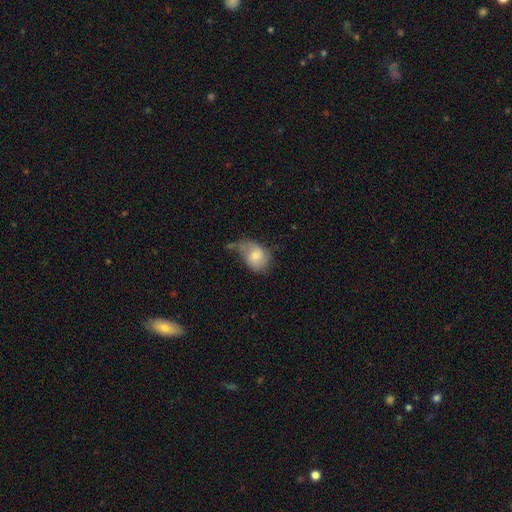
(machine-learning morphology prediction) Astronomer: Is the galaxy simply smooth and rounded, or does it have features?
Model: smooth — 59%.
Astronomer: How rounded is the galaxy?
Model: in between — 64%.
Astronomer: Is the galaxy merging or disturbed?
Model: minor disturbance — 33%, tied with major disturbance at 33%.